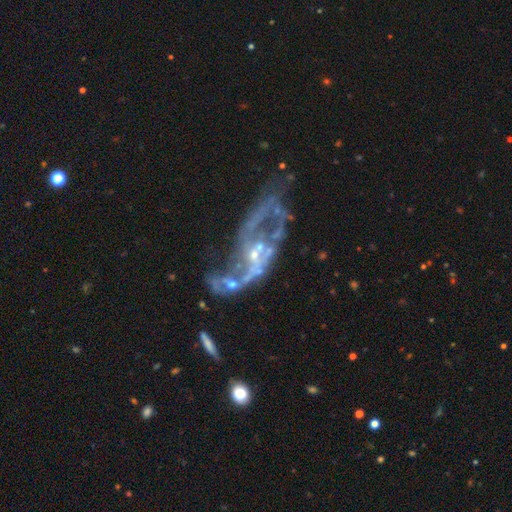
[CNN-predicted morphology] A featured or disk galaxy (81%) with no bar (67%), spiral arms (60%) and a small central bulge (54%). Merging: major disturbance (38%).